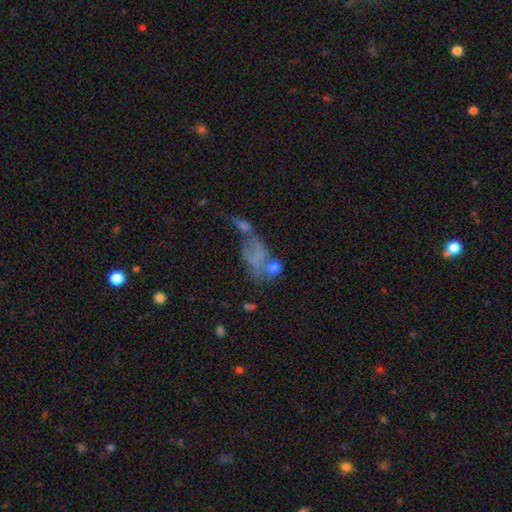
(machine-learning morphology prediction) smooth_or_featured: smooth (p=0.45) [alt: featured or disk p=0.36]
merging: major disturbance (p=0.34) [alt: merger p=0.32]